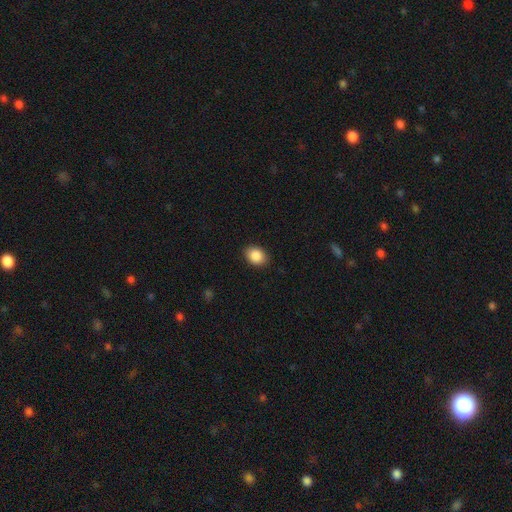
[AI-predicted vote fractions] smooth-or-featured: smooth: 88% | star or artifact: 8% | featured or disk: 4%
  how-rounded: in between: 62% | round: 37% | cigar-shaped: 1%
  merging: none: 88% | minor disturbance: 9% | major disturbance: 2% | merger: 1%